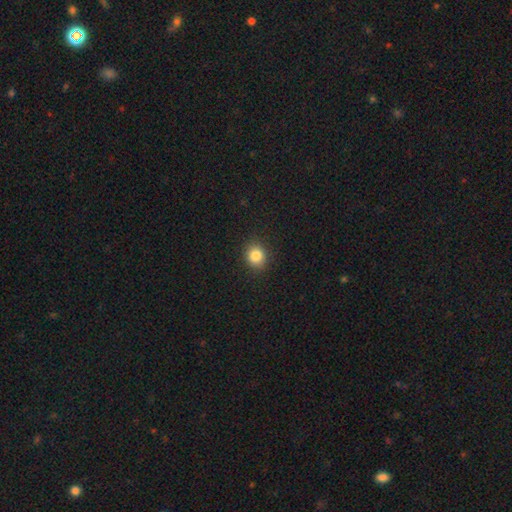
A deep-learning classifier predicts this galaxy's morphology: Smooth or featured?
  - smooth: 84% *
  - star or artifact: 11%
  - featured or disk: 5%
How rounded?
  - round: 76% *
  - in between: 23%
  - cigar-shaped: 1%
Merging?
  - none: 89% *
  - minor disturbance: 7%
  - major disturbance: 2%
  - merger: 1%